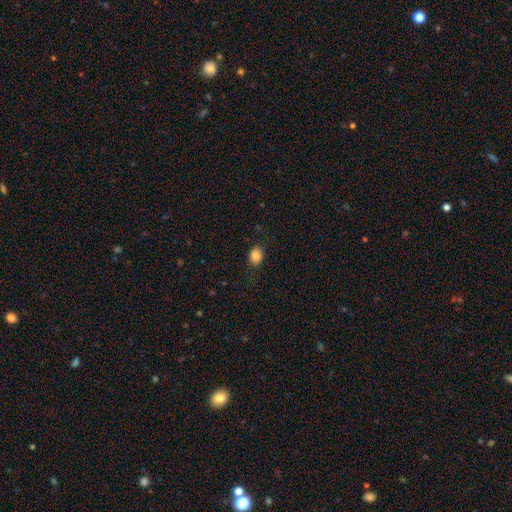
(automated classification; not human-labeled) smooth-or-featured: smooth: 85% | star or artifact: 9% | featured or disk: 5%
  how-rounded: in between: 57% | round: 42% | cigar-shaped: 1%
  merging: none: 85% | minor disturbance: 11% | major disturbance: 3% | merger: 1%